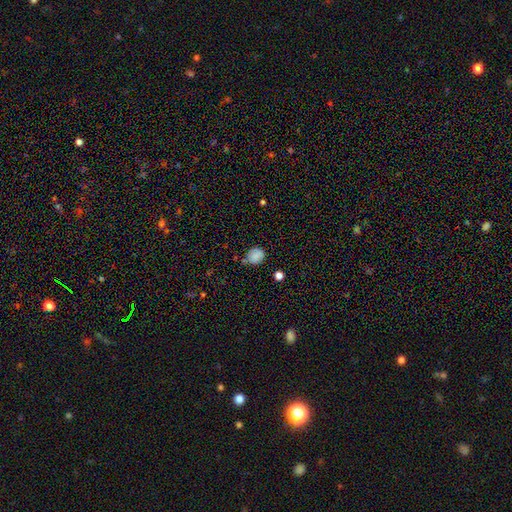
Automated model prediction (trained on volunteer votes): Q: Smooth or featured?
A: smooth (84%); runner-up: star or artifact (10%)
Q: How rounded?
A: round (71%); runner-up: in between (28%)
Q: Merging?
A: none (66%); runner-up: minor disturbance (24%)